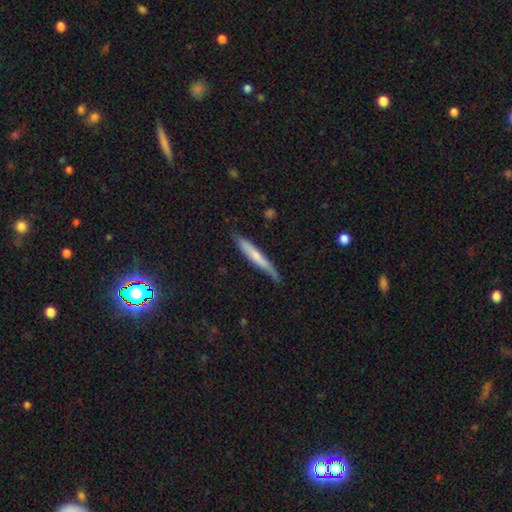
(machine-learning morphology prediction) The model was most divided on "smooth or featured": smooth: 58%, featured or disk: 36%, star or artifact: 6%. More confident: how rounded — cigar-shaped (94%); merging — none (73%).